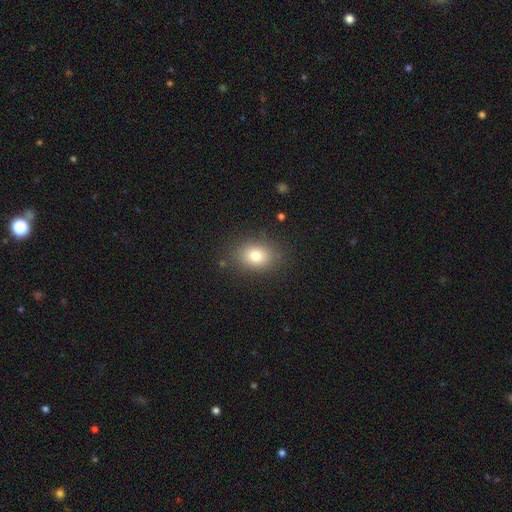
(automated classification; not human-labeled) This is likely a smooth galaxy (79%). How rounded: possibly in between (59%). Merging: clearly none (85%).